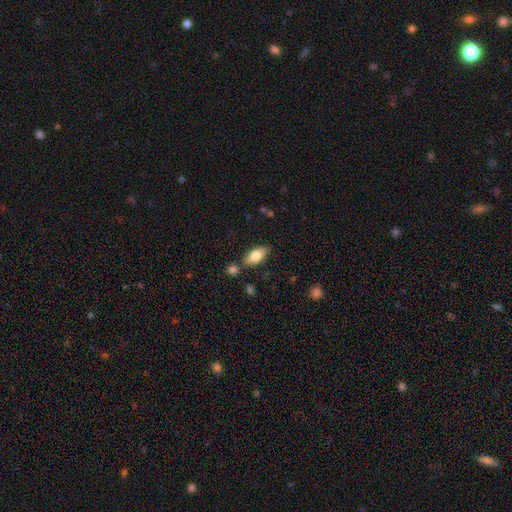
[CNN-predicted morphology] Smooth or featured? smooth (76%)
How rounded? in between (87%)
Merging? none (76%)